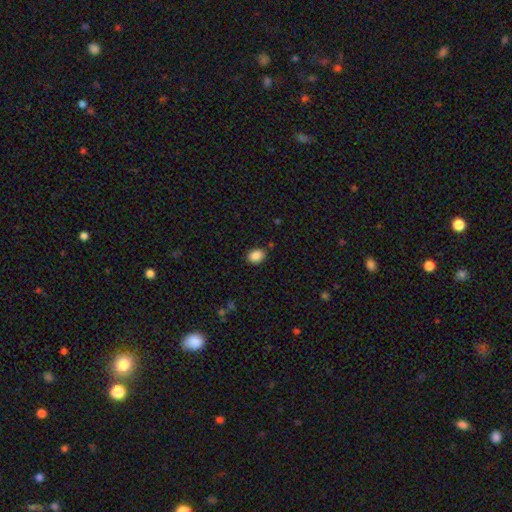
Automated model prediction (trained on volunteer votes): A smooth galaxy with no disk features (88%) that is in between round and cigar-shaped (58%). Merging: none (85%).